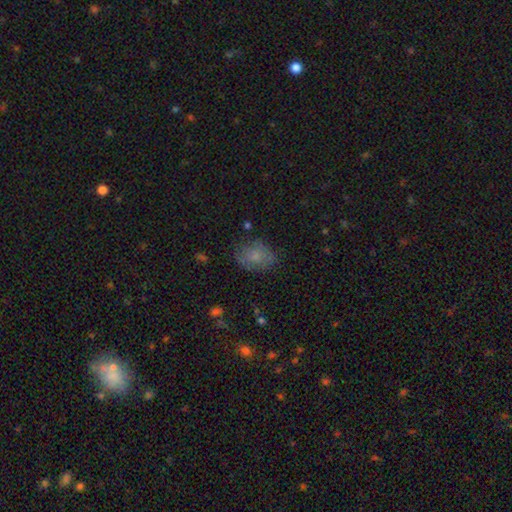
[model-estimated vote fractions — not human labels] Smooth or featured? smooth (71%)
How rounded? in between (63%)
Merging? none (67%)